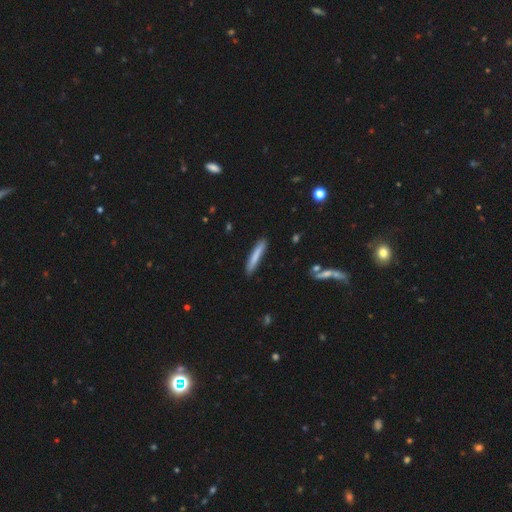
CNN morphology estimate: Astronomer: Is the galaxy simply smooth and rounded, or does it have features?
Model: smooth — 77%.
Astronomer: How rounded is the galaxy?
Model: cigar-shaped — 93%.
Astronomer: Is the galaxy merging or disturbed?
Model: none — 85%.